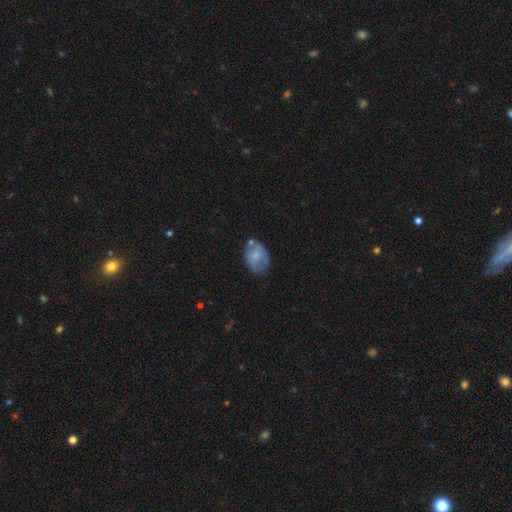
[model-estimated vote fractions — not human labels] Morphology: type=smooth (55%); roundness=in between (77%); merging=none (52%).